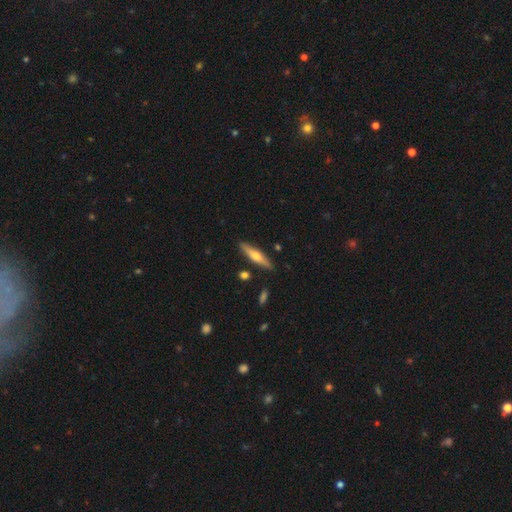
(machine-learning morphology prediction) Overall: featured or disk (47%, tied with smooth). Merging: none (86%).